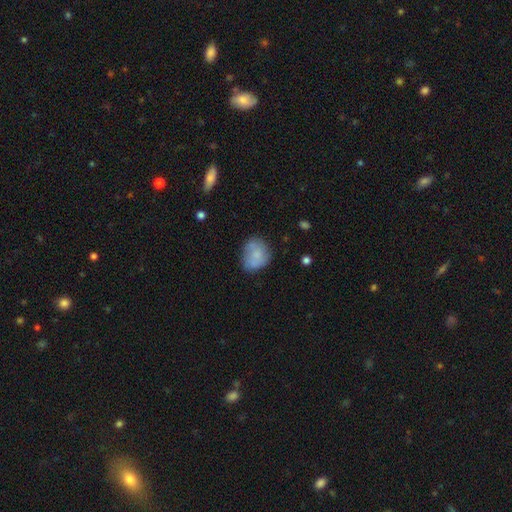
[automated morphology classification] This appears to be a smooth galaxy with no disk features (72%) that is round (57%). Merging: none (56%).